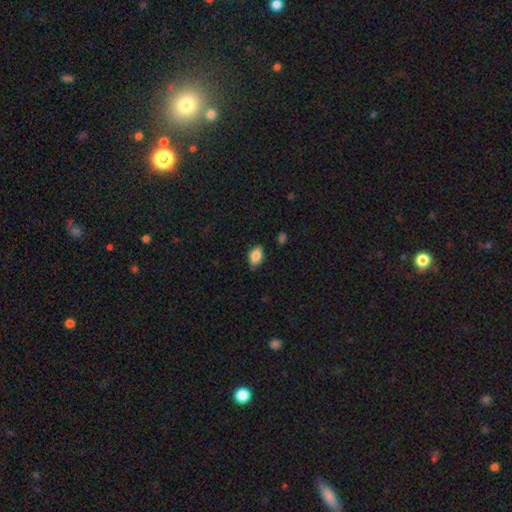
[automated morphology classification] smooth_or_featured: smooth (p=0.84) [alt: featured or disk p=0.09]
how_rounded: in between (p=0.89) [alt: round p=0.08]
merging: none (p=0.79) [alt: minor disturbance p=0.17]